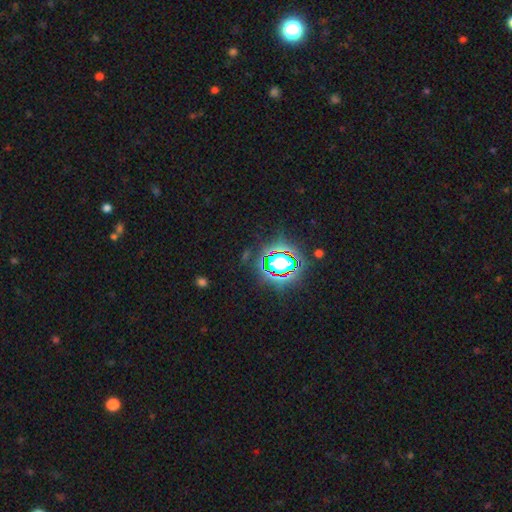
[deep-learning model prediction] A star or artifact, not a galaxy (84%).